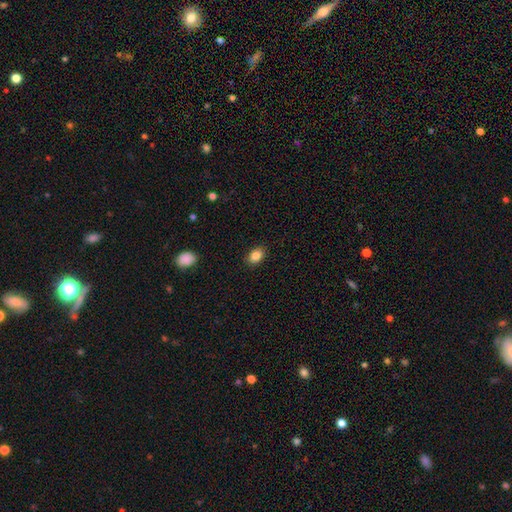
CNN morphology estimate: Smooth or featured?
  - smooth: 85% *
  - star or artifact: 9%
  - featured or disk: 6%
How rounded?
  - in between: 78% *
  - round: 20%
  - cigar-shaped: 1%
Merging?
  - none: 88% *
  - minor disturbance: 9%
  - major disturbance: 2%
  - merger: 1%